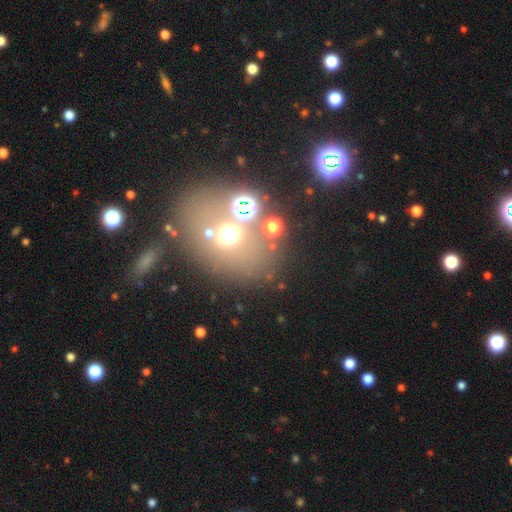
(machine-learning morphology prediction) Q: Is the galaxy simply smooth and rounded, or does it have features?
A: smooth — 44%.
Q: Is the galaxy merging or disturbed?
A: none — 64%.